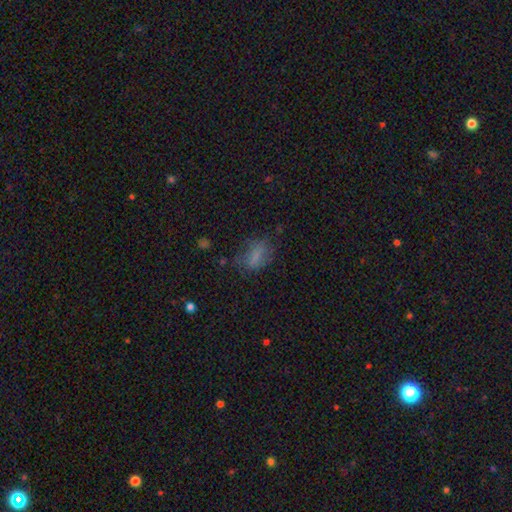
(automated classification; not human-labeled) This appears to be a smooth galaxy with no disk features (66%) that is in between round and cigar-shaped (78%). Merging: none (53%).